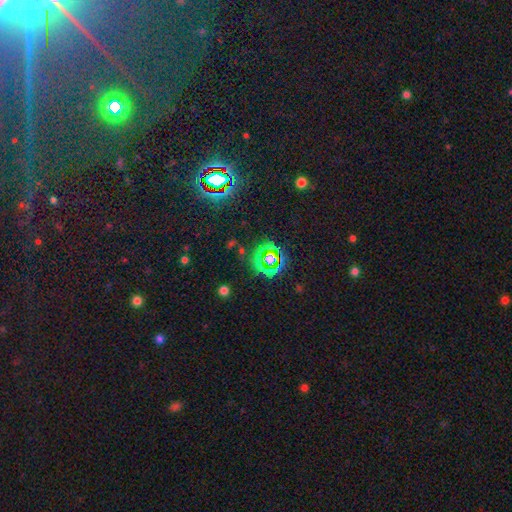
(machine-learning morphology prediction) This is likely a star or artifact rather than a galaxy (63%).